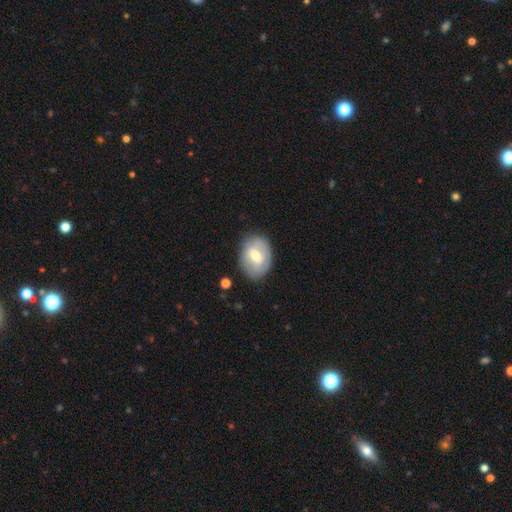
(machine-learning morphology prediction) smooth 50%, featured or disk 43%, star or artifact 7%. Down the decision tree: how rounded — in between (70%); merging — none (77%).